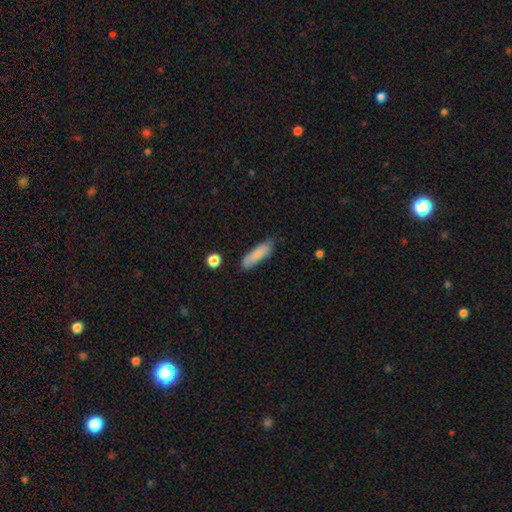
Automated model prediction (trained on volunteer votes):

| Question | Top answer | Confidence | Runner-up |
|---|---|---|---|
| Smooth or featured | smooth | 82% | featured or disk (11%) |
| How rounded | cigar-shaped | 60% | in between (38%) |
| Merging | none | 72% | minor disturbance (21%) |